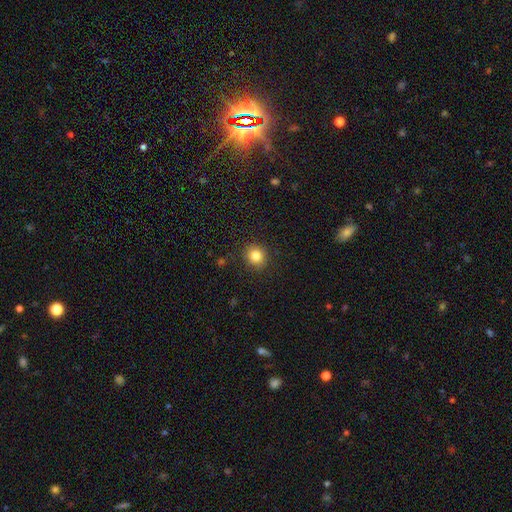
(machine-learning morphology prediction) Q: Smooth or featured?
A: smooth (84%); runner-up: star or artifact (11%)
Q: How rounded?
A: round (80%); runner-up: in between (19%)
Q: Merging?
A: none (89%); runner-up: minor disturbance (7%)